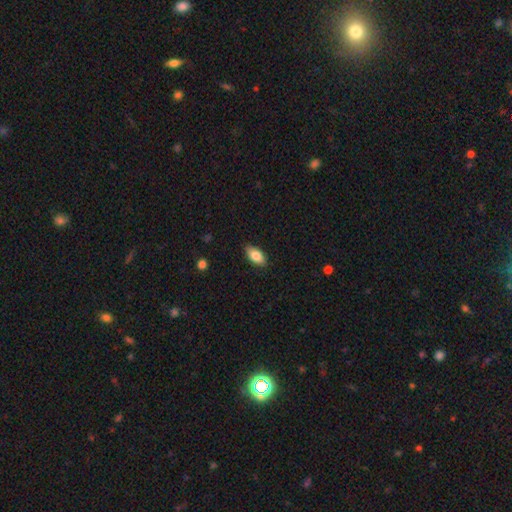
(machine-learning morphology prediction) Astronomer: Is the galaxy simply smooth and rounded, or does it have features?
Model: smooth — 82%.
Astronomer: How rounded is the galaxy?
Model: in between — 91%.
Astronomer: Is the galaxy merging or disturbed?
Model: none — 87%.